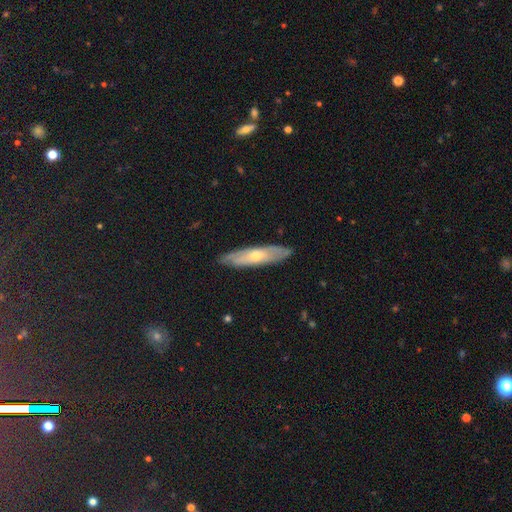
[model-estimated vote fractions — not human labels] Smooth or featured?
  - featured or disk: 55% *
  - smooth: 38%
  - star or artifact: 6%
Edge-on disk?
  - yes: 54% *
  - no: 46%
Merging?
  - none: 84% *
  - minor disturbance: 12%
  - major disturbance: 2%
  - merger: 1%